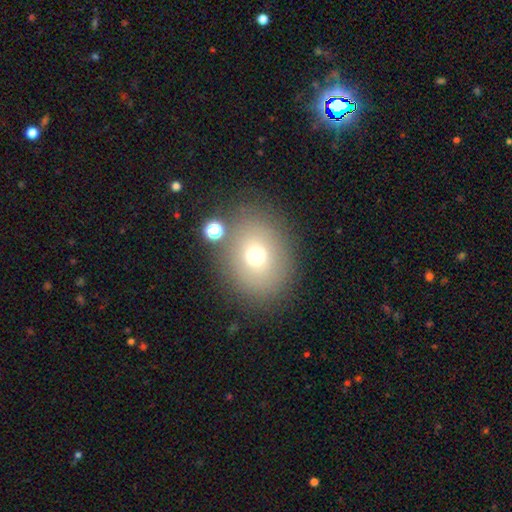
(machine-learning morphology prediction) This is likely a smooth galaxy (70%). How rounded: possibly round (57%). Merging: likely none (79%).